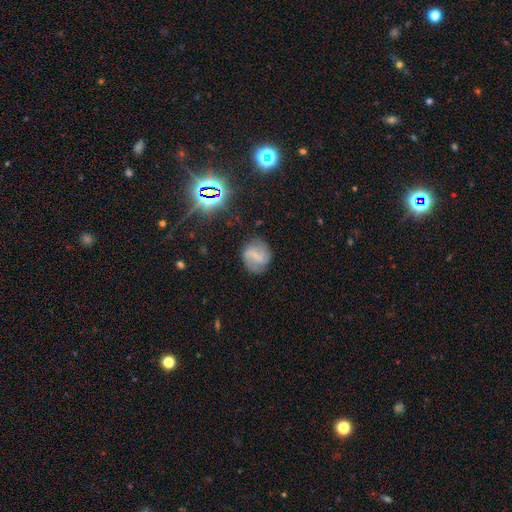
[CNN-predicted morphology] This is possibly a featured or disk galaxy (56%). It is clearly not viewed edge-on (97%). Bar: possibly weak (48%). Spiral arm pattern: clearly yes (85%). Central bulge: possibly small (50%). Merging: likely none (76%).